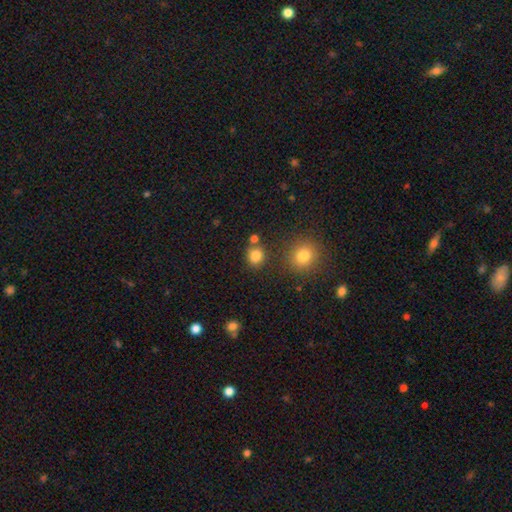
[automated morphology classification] smooth_or_featured: smooth (p=0.82) [alt: star or artifact p=0.13]
how_rounded: round (p=0.80) [alt: in between p=0.19]
merging: none (p=0.76) [alt: merger p=0.10]